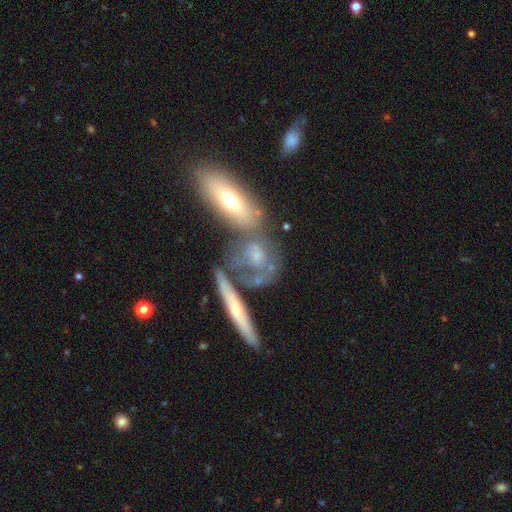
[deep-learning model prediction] smooth-or-featured: smooth: 48% | featured or disk: 41% | star or artifact: 10%
  merging: merger: 35% | none: 34% | minor disturbance: 16% | major disturbance: 15%